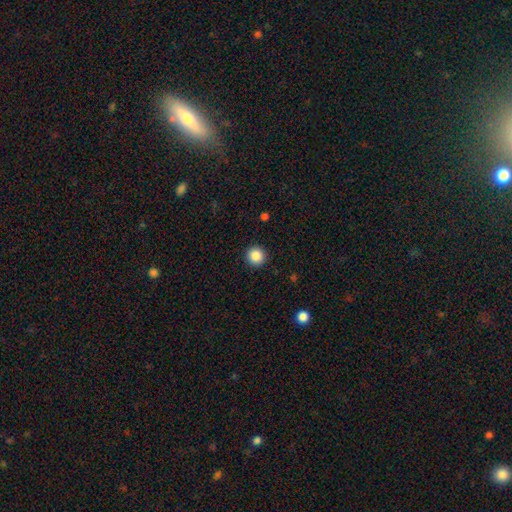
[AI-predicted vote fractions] Q: Smooth or featured?
A: smooth (87%); runner-up: star or artifact (10%)
Q: How rounded?
A: round (95%); runner-up: in between (4%)
Q: Merging?
A: none (93%); runner-up: minor disturbance (5%)